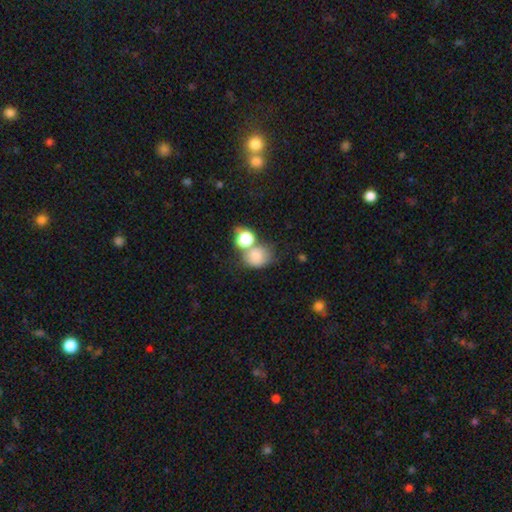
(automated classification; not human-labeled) smooth 76%, star or artifact 13%, featured or disk 11%. Down the decision tree: how rounded — round (65%); merging — none (42%).